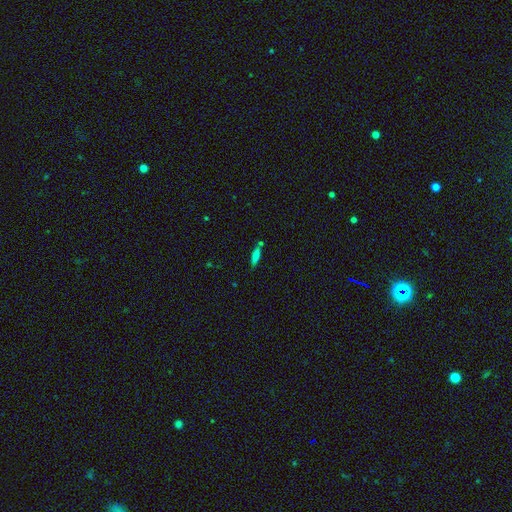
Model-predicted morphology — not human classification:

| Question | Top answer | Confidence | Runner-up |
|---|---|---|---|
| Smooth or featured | smooth | 70% | featured or disk (20%) |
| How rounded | cigar-shaped | 67% | in between (30%) |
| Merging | none | 69% | minor disturbance (15%) |